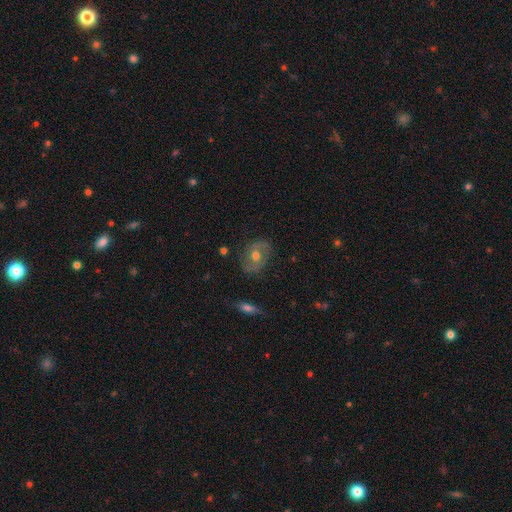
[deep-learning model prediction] A featured or disk galaxy (54%) with no bar (64%), spiral arms (60%) and a moderate central bulge (76%). Merging: none (79%).